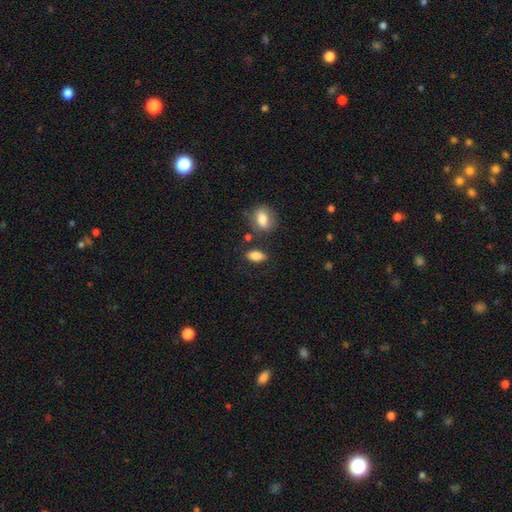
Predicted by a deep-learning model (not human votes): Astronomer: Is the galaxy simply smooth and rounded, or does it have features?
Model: smooth — 84%.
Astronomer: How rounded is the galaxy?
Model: in between — 86%.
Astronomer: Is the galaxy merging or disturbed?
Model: none — 75%.